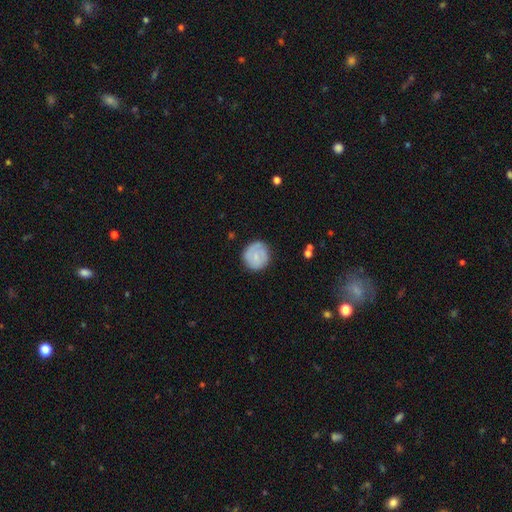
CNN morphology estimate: type=smooth (59%); roundness=round (91%); merging=none (79%).